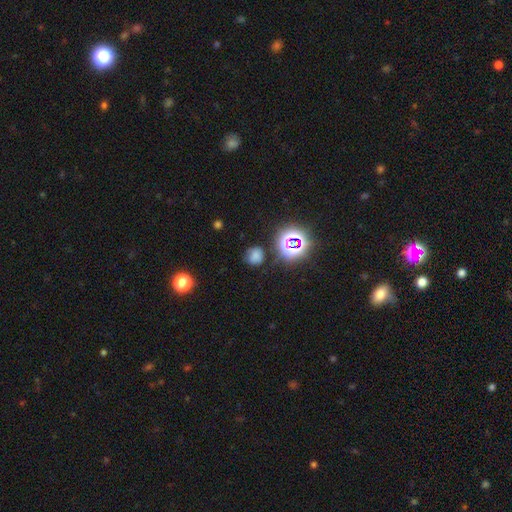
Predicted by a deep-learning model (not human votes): Smooth or featured?
  - smooth: 62% *
  - star or artifact: 27%
  - featured or disk: 11%
How rounded?
  - round: 78% *
  - in between: 21%
  - cigar-shaped: 1%
Merging?
  - none: 68% *
  - minor disturbance: 20%
  - major disturbance: 8%
  - merger: 4%